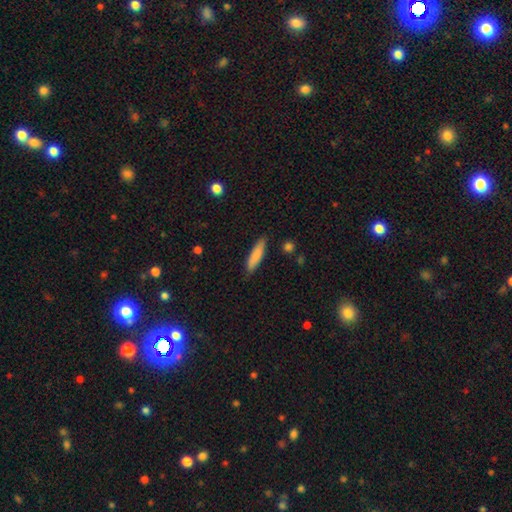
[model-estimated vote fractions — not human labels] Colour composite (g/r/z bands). It shows a smooth galaxy with no disk features (82%) that is cigar-shaped (74%). Merging: none (84%).